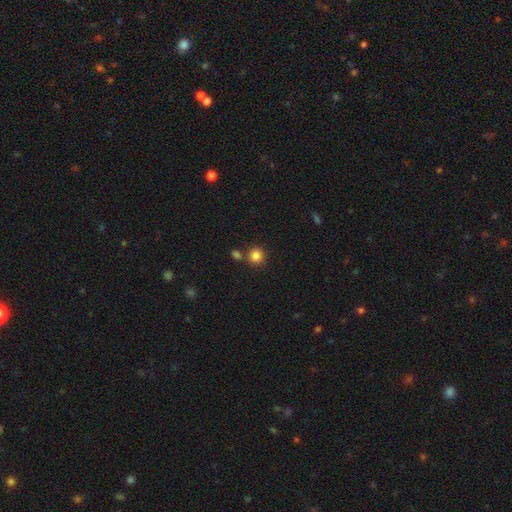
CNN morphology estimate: This appears to be a smooth galaxy with no disk features (84%) that is round (92%). Merging: none (75%).